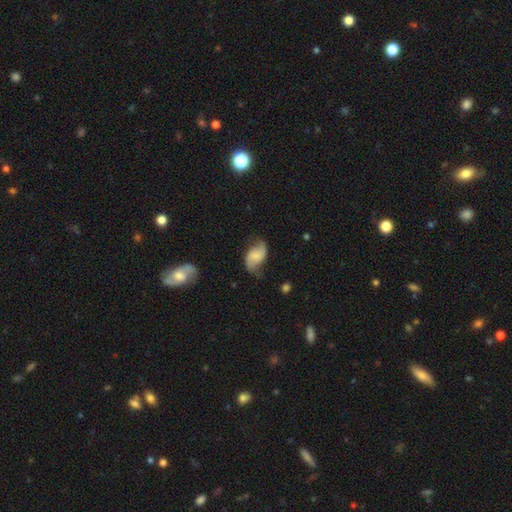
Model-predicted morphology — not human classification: A featured or disk galaxy (60%) with no bar (53%), 2 (89%) loose (64%) spiral arms (91%) and no central bulge (39%).

Vote fractions:
- Smooth or featured? featured or disk: 60% / smooth: 32% / star or artifact: 8%
- Edge-on disk? no: 97% / yes: 3%
- Bar? no: 53% / weak: 36% / strong: 11%
- Spiral arms? yes: 91% / no: 9%
- Spiral winding? loose: 64% / medium: 27% / tight: 9%
- Spiral arm count? 2: 89% / can't tell: 5% / 1: 3% / 3: 1% / 4: 1% / more than 4: 1%
- Bulge size? none: 39% / small: 36% / moderate: 18% / large: 5% / dominant: 2%
- Merging? none: 61% / minor disturbance: 26% / major disturbance: 10% / merger: 2%